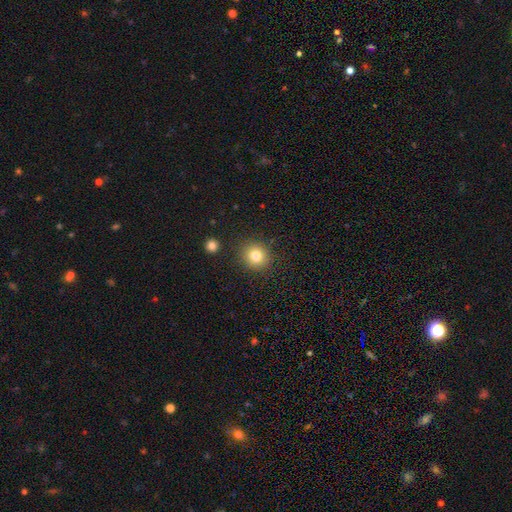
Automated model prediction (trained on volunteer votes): Overall: smooth (80%). How rounded: round (89%). Merging: none (89%).